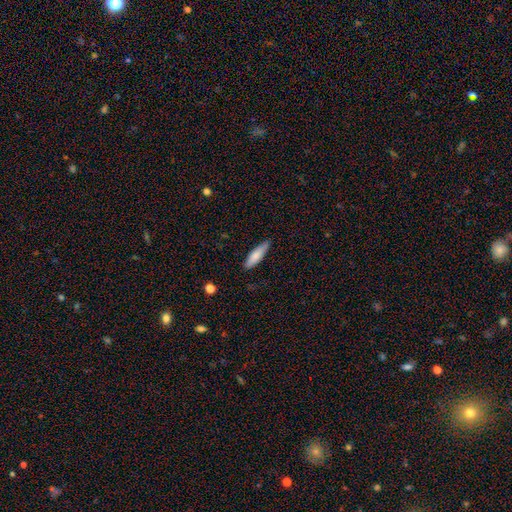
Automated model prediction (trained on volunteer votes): This appears to be a smooth galaxy with no disk features (80%) that is cigar-shaped (60%). Merging: none (76%).